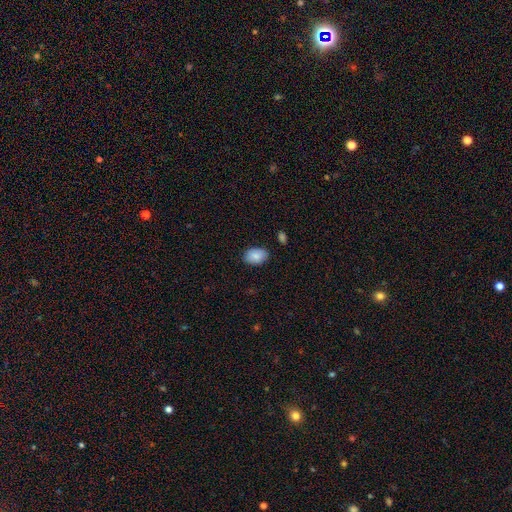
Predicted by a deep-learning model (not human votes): Q: Smooth or featured?
A: smooth (87%); runner-up: star or artifact (7%)
Q: How rounded?
A: in between (84%); runner-up: round (15%)
Q: Merging?
A: none (84%); runner-up: minor disturbance (12%)